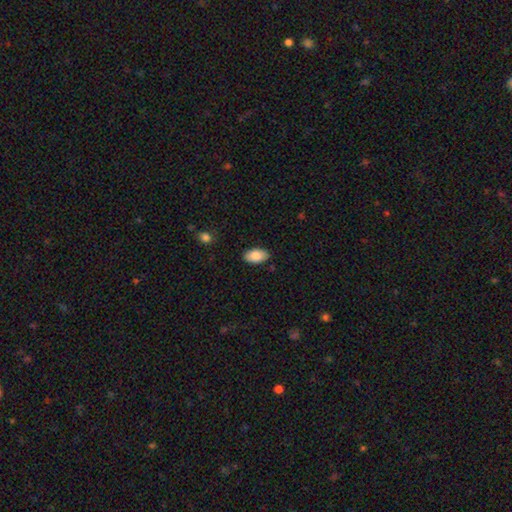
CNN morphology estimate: type=smooth (84%); roundness=in between (94%); merging=none (87%).